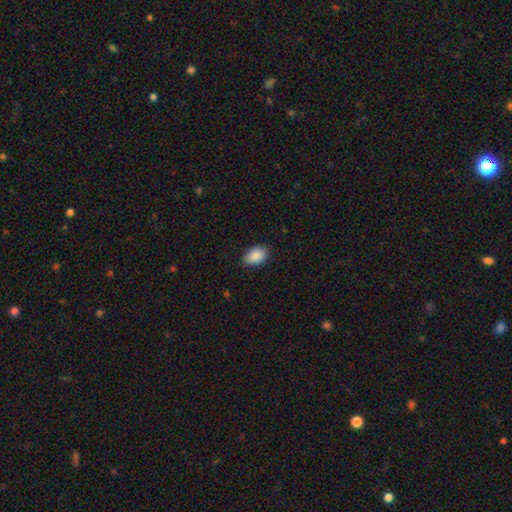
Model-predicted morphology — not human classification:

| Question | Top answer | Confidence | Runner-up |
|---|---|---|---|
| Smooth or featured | smooth | 89% | star or artifact (7%) |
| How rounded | in between | 88% | round (11%) |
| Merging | none | 85% | minor disturbance (12%) |